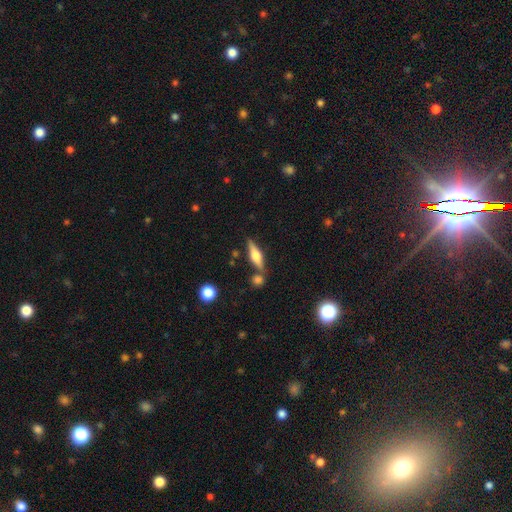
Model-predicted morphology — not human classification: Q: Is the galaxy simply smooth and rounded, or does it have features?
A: featured or disk — 61%.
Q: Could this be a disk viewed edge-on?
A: yes — 95%.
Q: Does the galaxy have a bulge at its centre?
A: rounded — 89%.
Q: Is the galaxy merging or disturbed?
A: none — 74%.